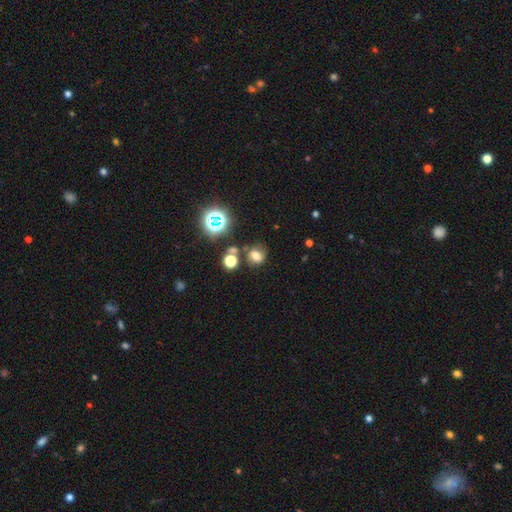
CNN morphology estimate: Q: Smooth or featured?
A: smooth (62%); runner-up: star or artifact (25%)
Q: How rounded?
A: round (68%); runner-up: in between (31%)
Q: Merging?
A: none (67%); runner-up: minor disturbance (14%)